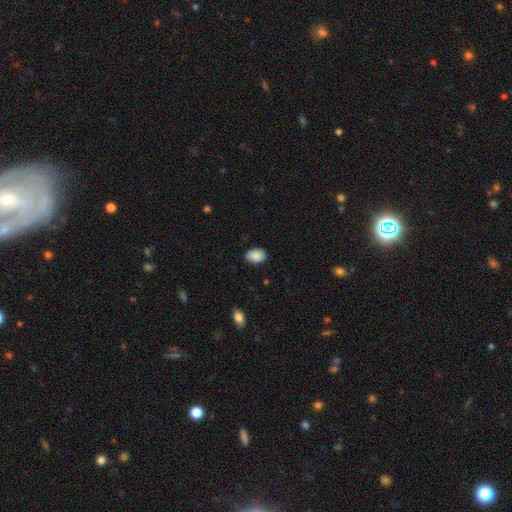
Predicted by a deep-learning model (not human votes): smooth_or_featured: smooth (p=0.89) [alt: star or artifact p=0.07]
how_rounded: in between (p=0.83) [alt: round p=0.16]
merging: none (p=0.87) [alt: minor disturbance p=0.10]